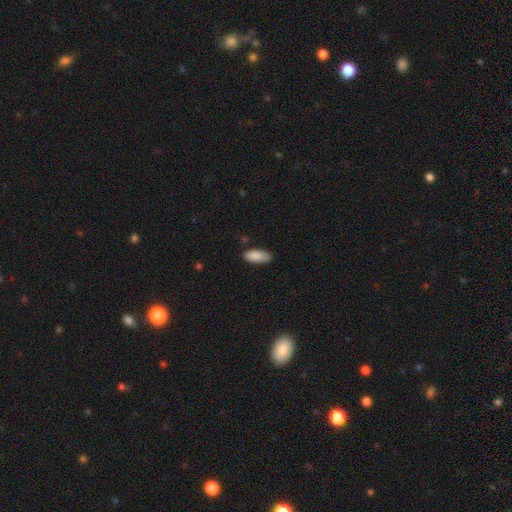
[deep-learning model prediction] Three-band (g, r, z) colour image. It shows a smooth galaxy with no disk features (89%) that is in between round and cigar-shaped (86%). Merging: none (81%).